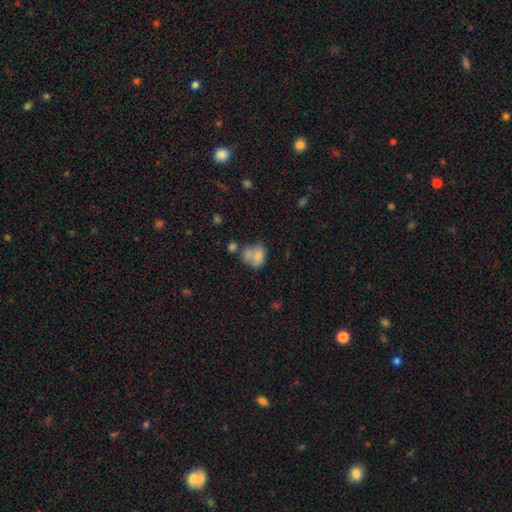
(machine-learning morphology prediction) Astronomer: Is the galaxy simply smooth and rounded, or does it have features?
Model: smooth — 73%.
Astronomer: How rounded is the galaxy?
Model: in between — 58% (runner-up: round, 41%).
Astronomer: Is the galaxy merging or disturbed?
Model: merger — 43% (runner-up: none, 29%).